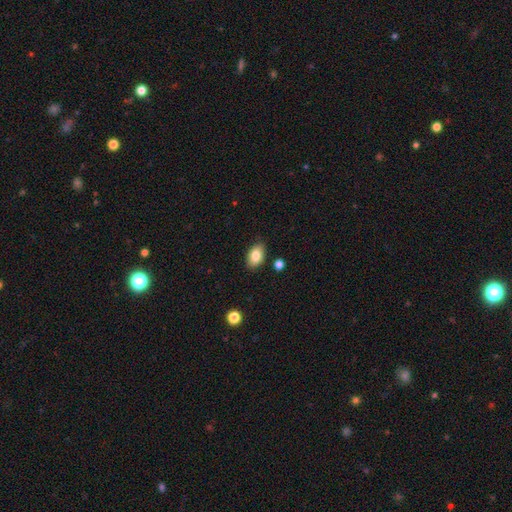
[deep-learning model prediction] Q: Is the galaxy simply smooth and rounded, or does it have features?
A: smooth — 84%.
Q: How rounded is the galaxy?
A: in between — 89%.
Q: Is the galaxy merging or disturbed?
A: none — 85%.